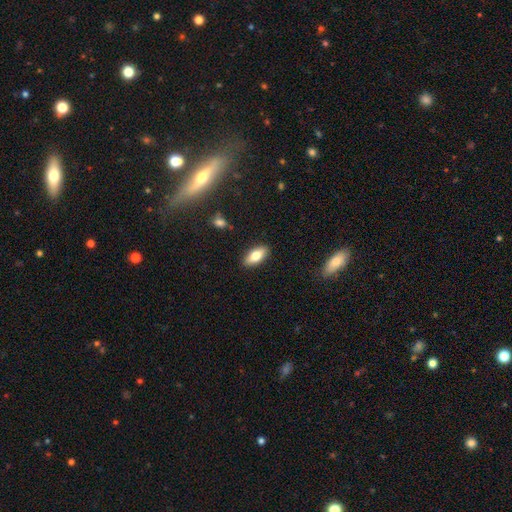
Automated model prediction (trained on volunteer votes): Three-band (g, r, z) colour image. It shows a smooth galaxy with no disk features (77%) that is in between round and cigar-shaped (85%). Merging: none (89%).